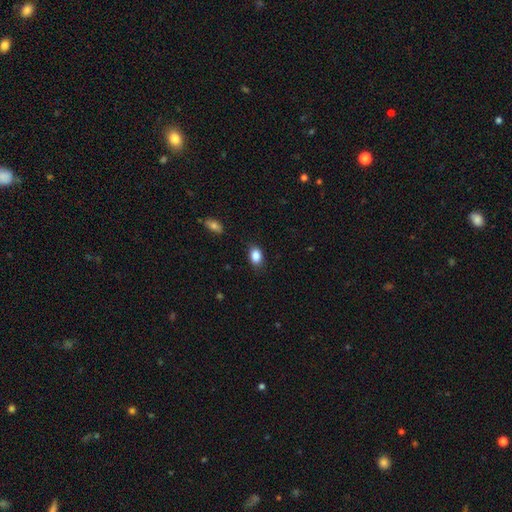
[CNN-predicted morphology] smooth-or-featured: smooth: 87% | star or artifact: 8% | featured or disk: 5%
  how-rounded: in between: 82% | round: 17% | cigar-shaped: 2%
  merging: none: 82% | minor disturbance: 14% | major disturbance: 3% | merger: 1%